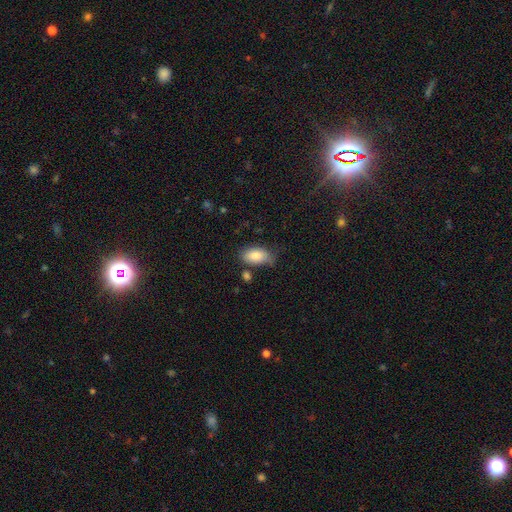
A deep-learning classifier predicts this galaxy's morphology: Smooth or featured? Predicted: smooth (p=0.85). How rounded? Predicted: in between (p=0.93). Merging? Predicted: none (p=0.64).